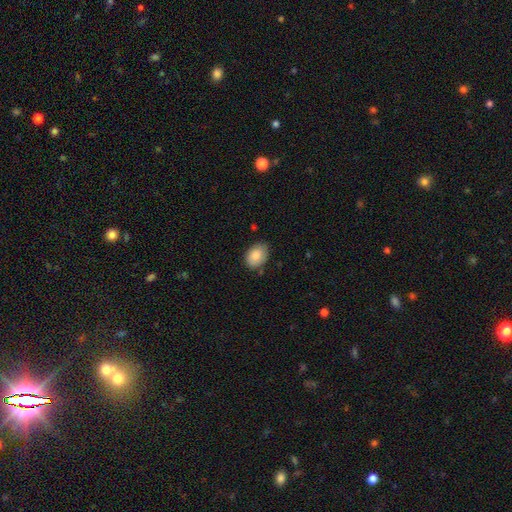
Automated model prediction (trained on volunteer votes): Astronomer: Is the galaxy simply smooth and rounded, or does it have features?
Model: smooth — 85%.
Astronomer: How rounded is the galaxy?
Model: in between — 81%.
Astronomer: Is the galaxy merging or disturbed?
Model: none — 75%.